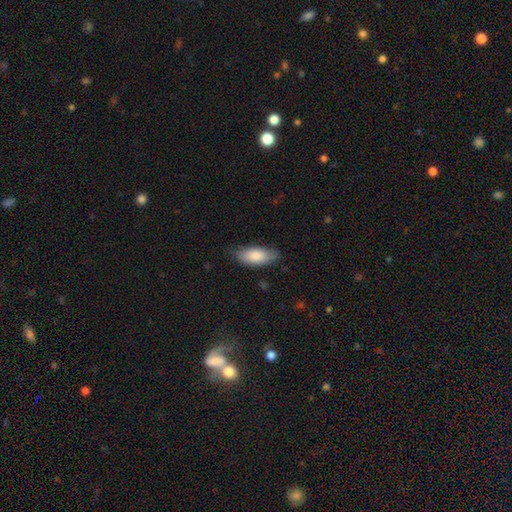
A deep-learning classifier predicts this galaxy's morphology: Smooth or featured? smooth (80%)
How rounded? in between (84%)
Merging? none (74%)